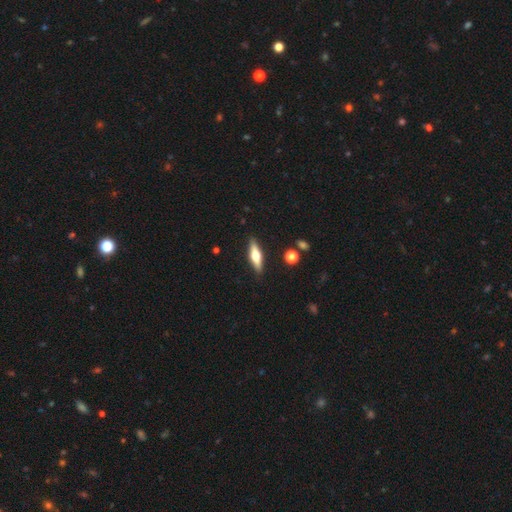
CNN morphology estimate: Overall: featured or disk (52%; smooth 42%). Edge-on disk: yes (92%). Merging: none (88%).